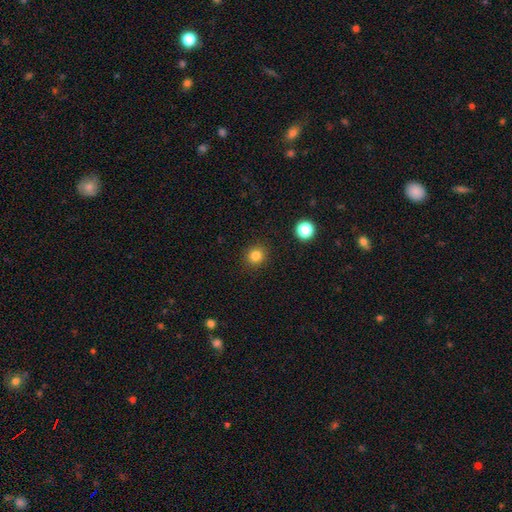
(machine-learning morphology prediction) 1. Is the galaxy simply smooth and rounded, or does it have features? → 82% smooth, 13% star or artifact, 5% featured or disk.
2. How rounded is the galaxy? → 85% round, 14% in between, 1% cigar-shaped.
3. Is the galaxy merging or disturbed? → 90% none, 6% minor disturbance, 2% major disturbance, 1% merger.